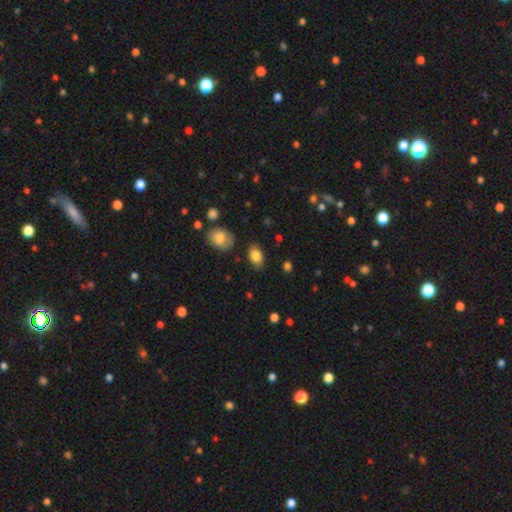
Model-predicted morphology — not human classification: smooth-or-featured: smooth: 83% | featured or disk: 9% | star or artifact: 8%
  how-rounded: in between: 87% | round: 11% | cigar-shaped: 2%
  merging: none: 80% | minor disturbance: 14% | major disturbance: 3% | merger: 2%